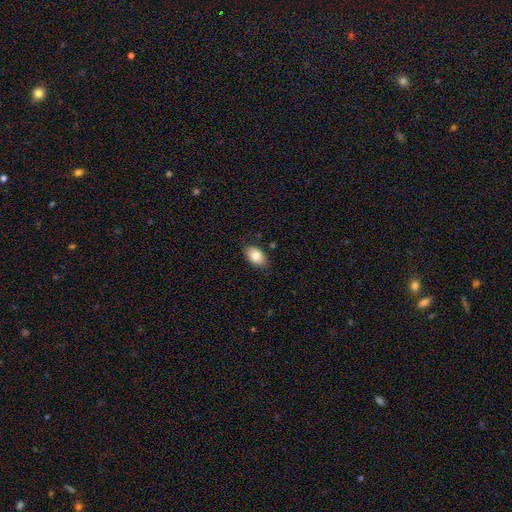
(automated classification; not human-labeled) Overall: smooth (84%). How rounded: in between (90%). Merging: none (83%).